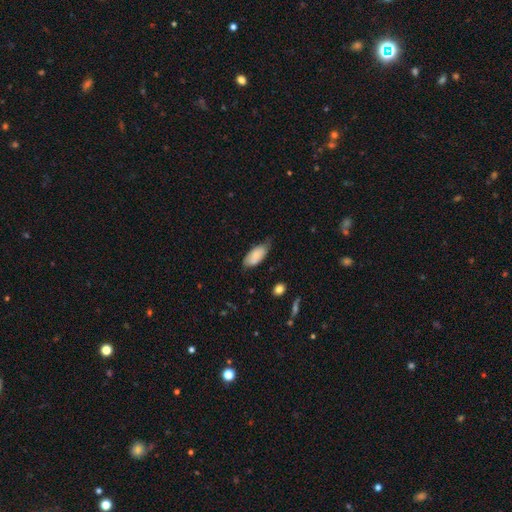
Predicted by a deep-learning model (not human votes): This appears to be a smooth galaxy with no disk features (82%) that is in between round and cigar-shaped (89%). Merging: none (56%).